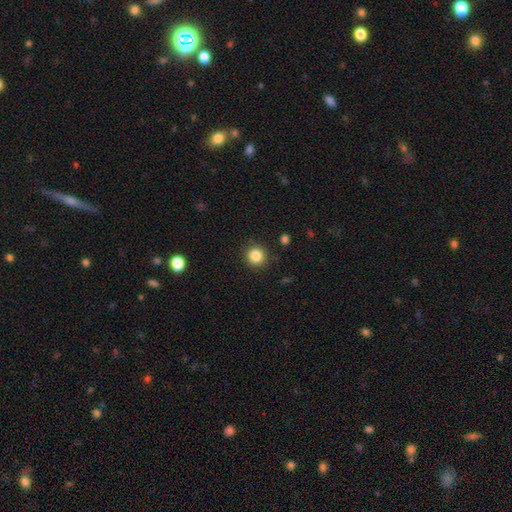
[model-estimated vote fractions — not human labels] The model was most divided on "smooth or featured": smooth: 85%, star or artifact: 10%, featured or disk: 4%. More confident: how rounded — round (93%); merging — none (90%).